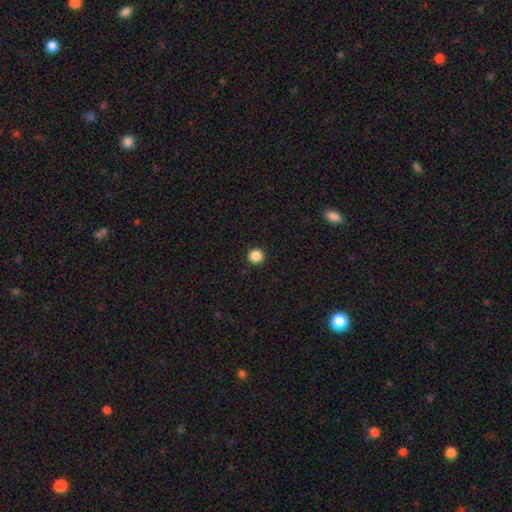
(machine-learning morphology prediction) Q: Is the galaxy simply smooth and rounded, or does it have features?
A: smooth — 87%.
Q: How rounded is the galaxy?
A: round — 96%.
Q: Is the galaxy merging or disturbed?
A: none — 94%.